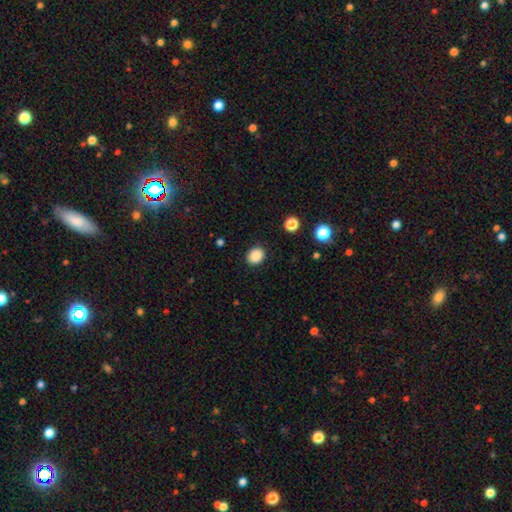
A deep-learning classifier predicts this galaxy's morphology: Smooth or featured? smooth (87%)
How rounded? round (62%)
Merging? none (89%)